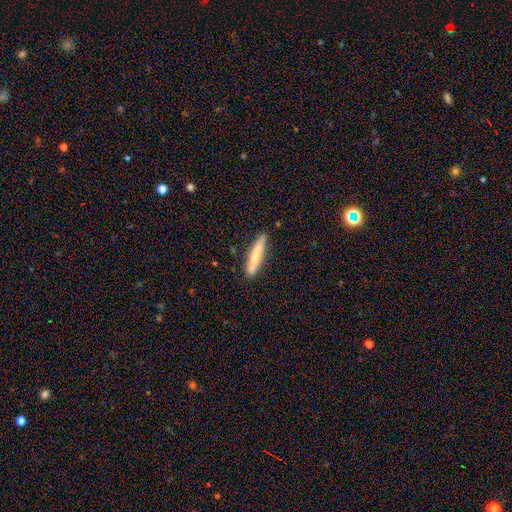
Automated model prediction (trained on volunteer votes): smooth_or_featured: smooth (p=0.68) [alt: featured or disk p=0.26]
how_rounded: cigar-shaped (p=0.91) [alt: in between p=0.07]
merging: none (p=0.87) [alt: minor disturbance p=0.10]